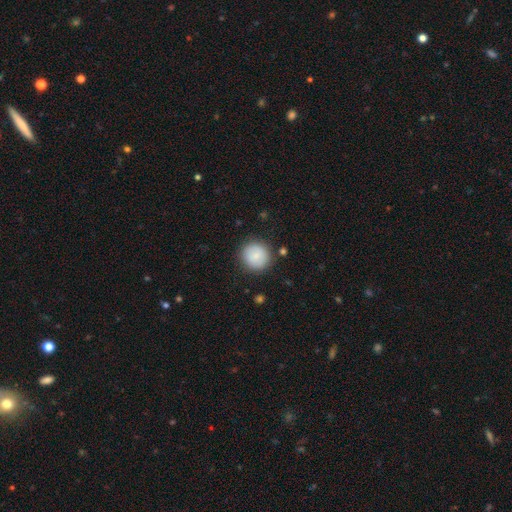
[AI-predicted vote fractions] Smooth or featured? smooth (83%)
How rounded? round (93%)
Merging? none (88%)